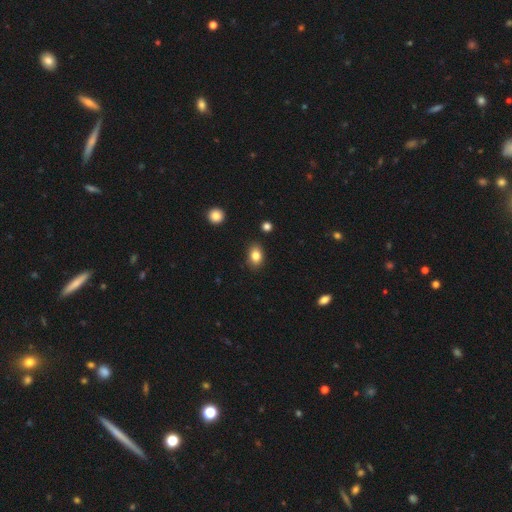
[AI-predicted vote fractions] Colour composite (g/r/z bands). It shows a smooth galaxy with no disk features (83%) that is in between round and cigar-shaped (77%). Merging: none (86%).